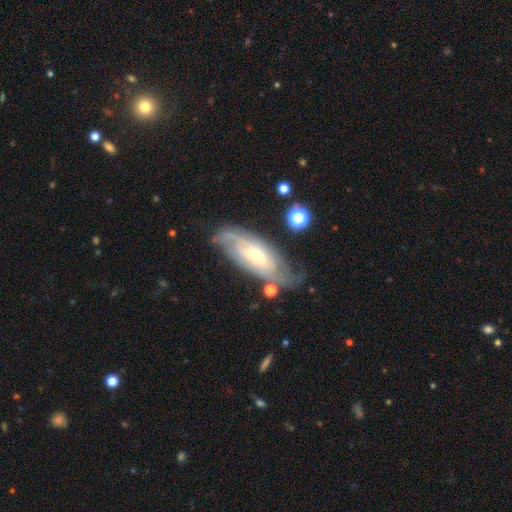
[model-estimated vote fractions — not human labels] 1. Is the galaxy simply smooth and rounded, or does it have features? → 74% featured or disk, 20% smooth, 6% star or artifact.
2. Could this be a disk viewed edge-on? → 87% no, 13% yes.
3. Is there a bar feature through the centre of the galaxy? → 56% no, 35% weak, 9% strong.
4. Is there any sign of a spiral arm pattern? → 92% yes, 8% no.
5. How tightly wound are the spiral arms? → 50% tight, 36% medium, 14% loose.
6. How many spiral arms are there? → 42% 2, 38% can't tell, 9% 3, 4% 1, 4% 4, 3% more than 4.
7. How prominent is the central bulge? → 45% small, 36% moderate, 10% large, 7% none, 2% dominant.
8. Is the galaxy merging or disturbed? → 64% none, 22% minor disturbance, 11% major disturbance, 4% merger.